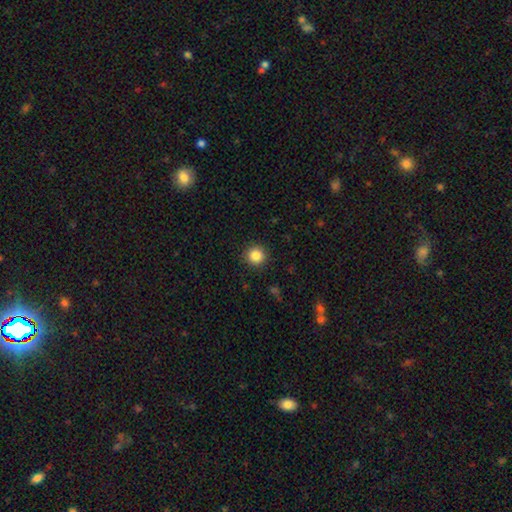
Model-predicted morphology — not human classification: smooth-or-featured: smooth: 86% | star or artifact: 11% | featured or disk: 4%
  how-rounded: round: 94% | in between: 5% | cigar-shaped: 1%
  merging: none: 91% | minor disturbance: 6% | major disturbance: 2% | merger: 1%